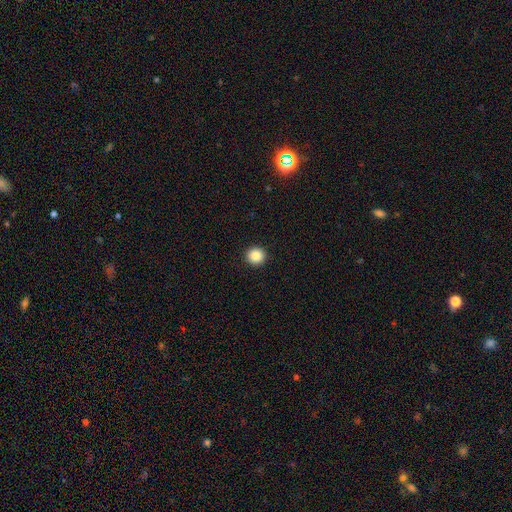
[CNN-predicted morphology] A smooth galaxy with no disk features (87%) that is round (95%).

Vote fractions:
- Smooth or featured? smooth: 87% / star or artifact: 10% / featured or disk: 3%
- How rounded? round: 95% / in between: 5% / cigar-shaped: 1%
- Merging? none: 94% / minor disturbance: 4% / major disturbance: 1% / merger: 1%